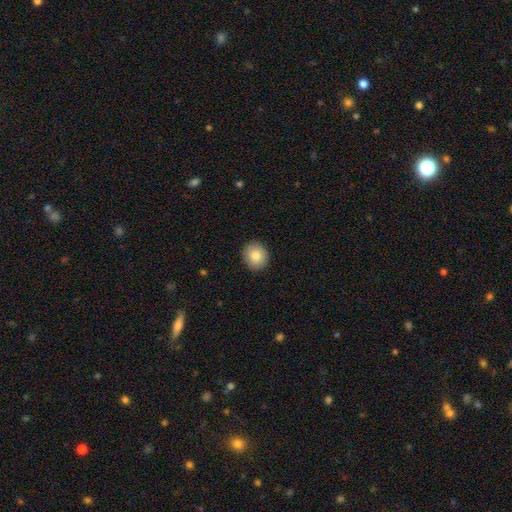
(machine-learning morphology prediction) Smooth or featured? smooth (85%)
How rounded? round (80%)
Merging? none (91%)